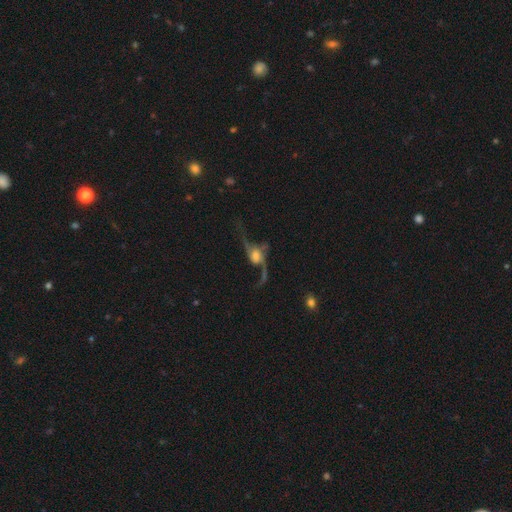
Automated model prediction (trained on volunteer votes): The model was most divided on "bulge size": moderate: 39%, large: 24%, small: 22%, none: 8%, dominant: 7%. Remaining: spiral arms — yes (91%); spiral winding — loose (90%); edge-on disk — no (89%); spiral arm count — 2 (85%); smooth or featured — featured or disk (80%); bar — no (62%); merging — none (49%).